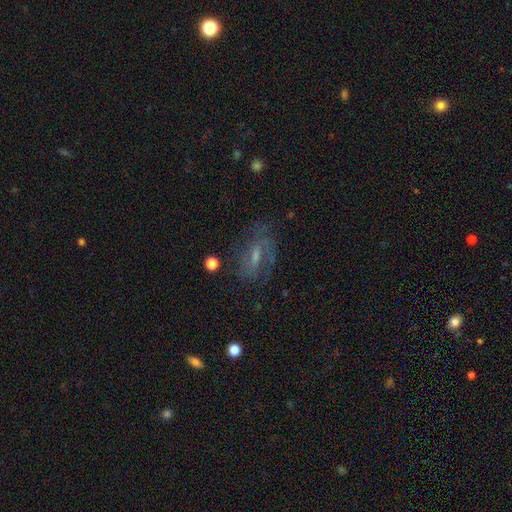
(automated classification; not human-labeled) A featured or disk galaxy (66%) with a weak bar (49%), spiral arms (82%) and a small central bulge (41%). Merging: none (64%).